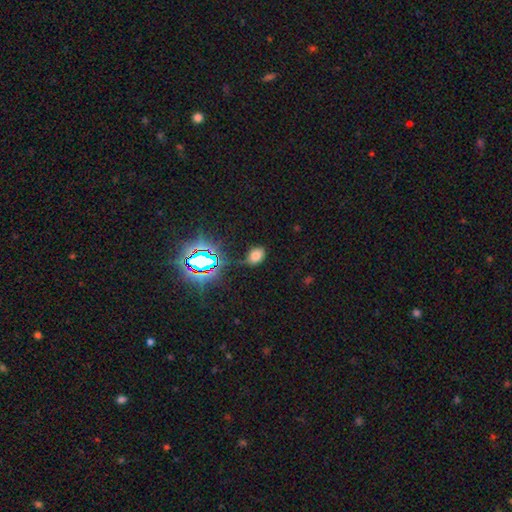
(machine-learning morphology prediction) type=smooth (66%); roundness=in between (76%); merging=none (71%).